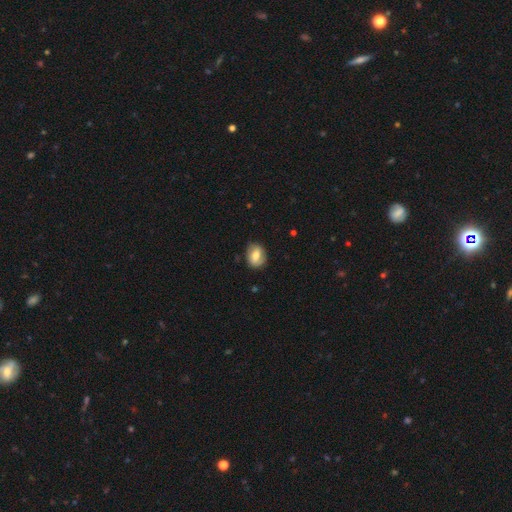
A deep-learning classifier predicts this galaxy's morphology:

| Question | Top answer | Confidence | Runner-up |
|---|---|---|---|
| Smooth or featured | smooth | 62% | featured or disk (30%) |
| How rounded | in between | 66% | round (32%) |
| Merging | none | 78% | minor disturbance (17%) |